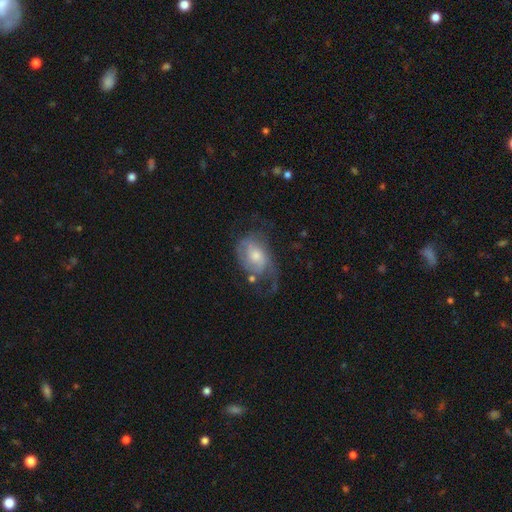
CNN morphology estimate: Overall: featured or disk (60%; smooth 32%). Edge-on disk: no (96%). Bar: no (71%). Spiral arms: yes (75%). Bulge size: moderate (57%; small 31%). Merging: major disturbance (37%; none 33%).